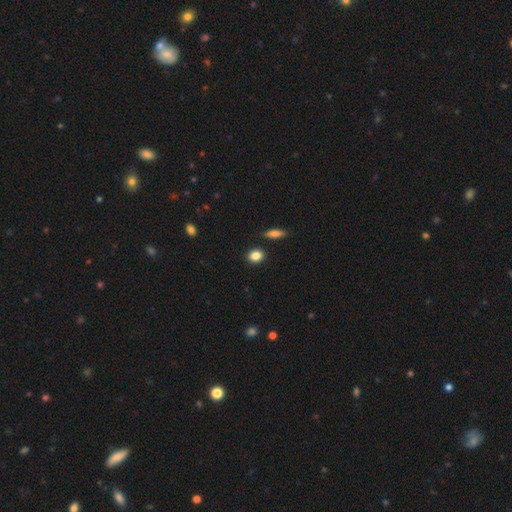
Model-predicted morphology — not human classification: Smooth or featured? smooth (86%)
How rounded? in between (56%)
Merging? none (87%)